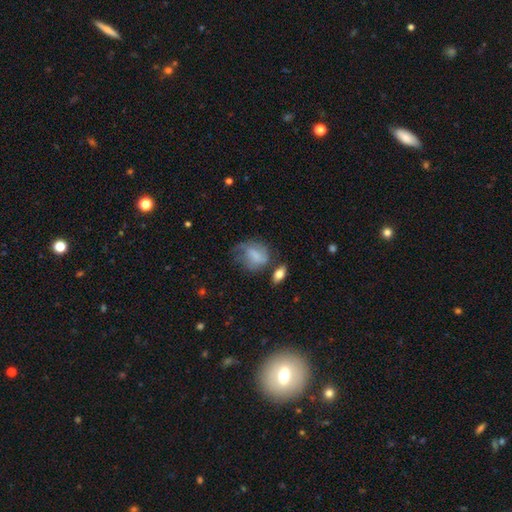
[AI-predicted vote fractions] This appears to be a smooth galaxy with no disk features (64%) that is in between round and cigar-shaped (56%). Merging: none (35%).